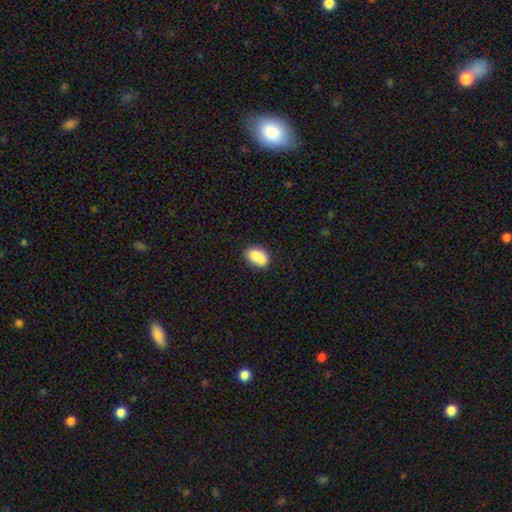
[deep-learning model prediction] The model was most divided on "merging": none: 60%, minor disturbance: 21%, merger: 15%, major disturbance: 5%. More confident: smooth or featured — smooth (82%); how rounded — in between (80%).